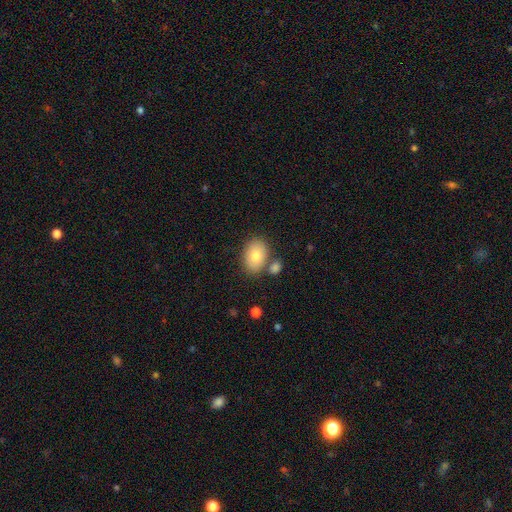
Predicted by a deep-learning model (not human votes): A smooth galaxy with no disk features (78%) that is in between round and cigar-shaped (78%). Merging: none (71%).